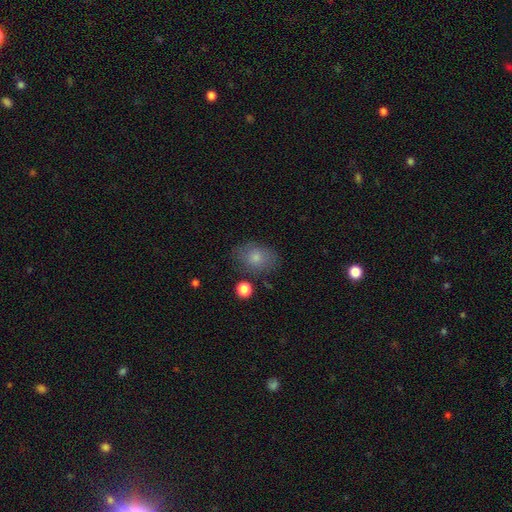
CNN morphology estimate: smooth 69%, featured or disk 16%, star or artifact 15%. Down the decision tree: how rounded — in between (72%); merging — none (78%).